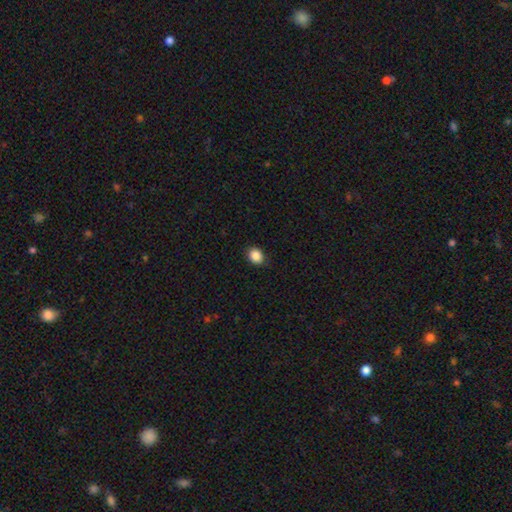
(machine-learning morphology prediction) This appears to be a smooth galaxy with no disk features (87%) that is round (50%). Merging: none (86%).